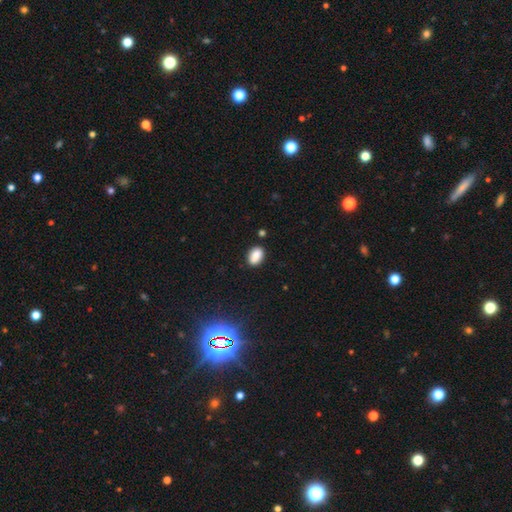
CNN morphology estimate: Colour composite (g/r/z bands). It shows a smooth galaxy with no disk features (86%) that is in between round and cigar-shaped (88%). Merging: none (84%).